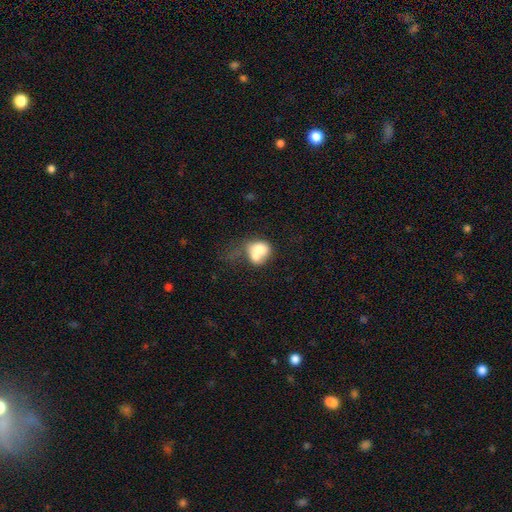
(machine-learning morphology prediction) The model was most divided on "how rounded": round: 56%, in between: 43%, cigar-shaped: 1%. More confident: smooth or featured — smooth (66%); merging — merger (64%).